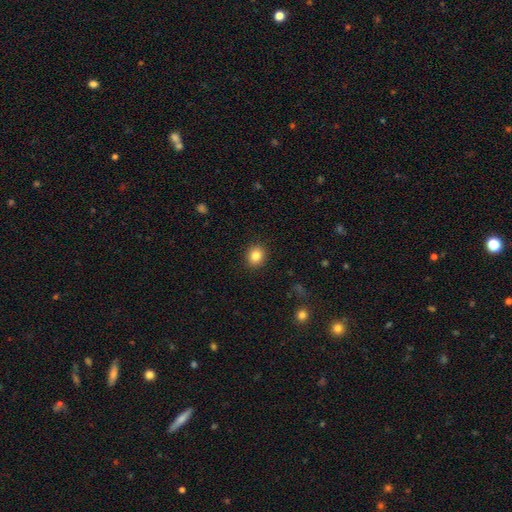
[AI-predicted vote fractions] A smooth galaxy with no disk features (84%) that is round (77%).

Vote fractions:
- Smooth or featured? smooth: 84% / star or artifact: 10% / featured or disk: 6%
- How rounded? round: 77% / in between: 22% / cigar-shaped: 1%
- Merging? none: 91% / minor disturbance: 6% / major disturbance: 2% / merger: 1%